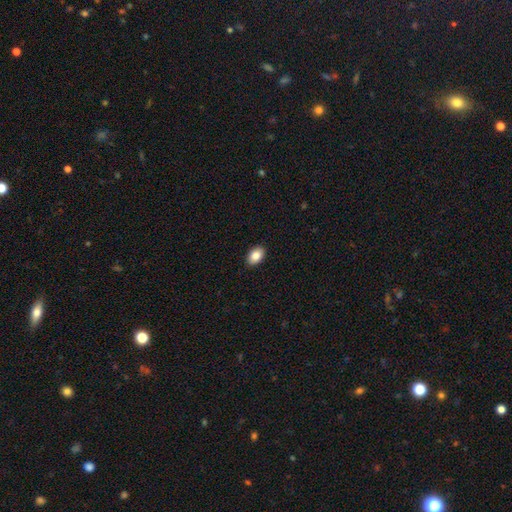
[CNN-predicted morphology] Overall: smooth (85%). How rounded: in between (86%). Merging: none (90%).